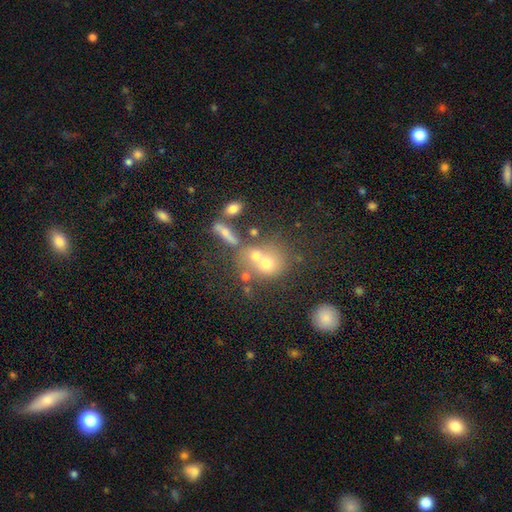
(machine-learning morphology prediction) This appears to be a smooth galaxy with no disk features (60%) that is round (70%). Merging: merger (51%).